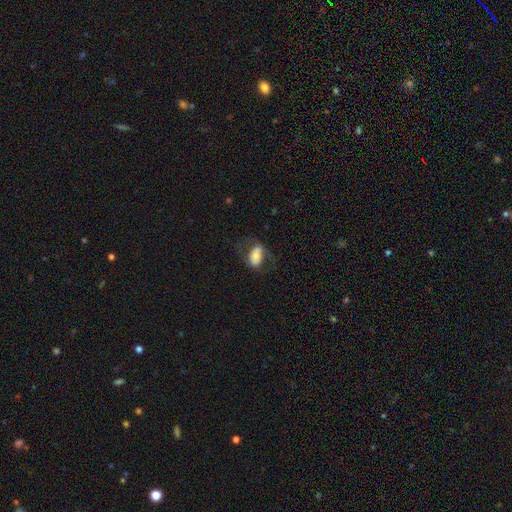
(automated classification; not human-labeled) Smooth or featured? Predicted: smooth (p=0.60). How rounded? Predicted: in between (p=0.88). Merging? Predicted: none (p=0.57).